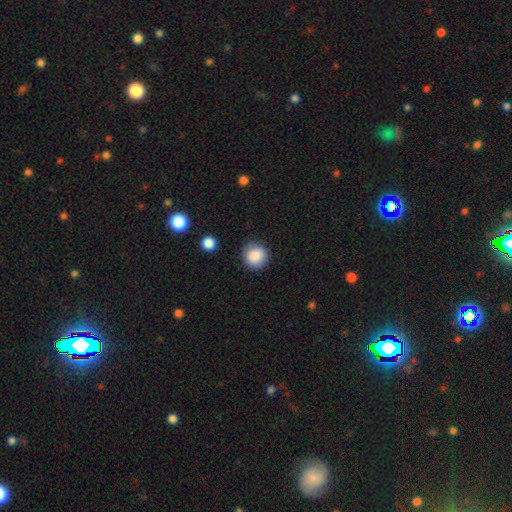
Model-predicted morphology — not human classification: Overall: smooth (87%). How rounded: round (91%). Merging: none (85%).